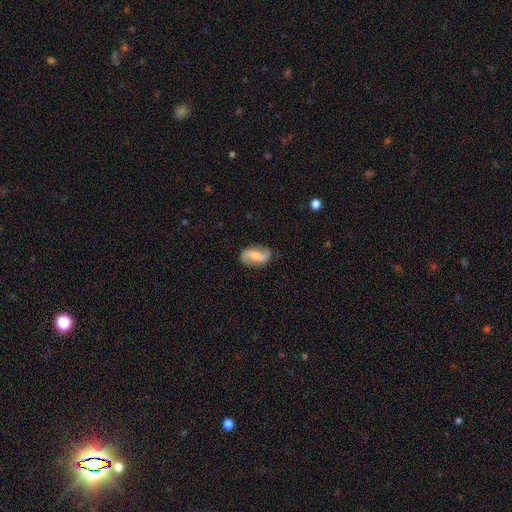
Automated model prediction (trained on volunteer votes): smooth_or_featured: featured or disk (p=0.74) [alt: smooth p=0.20]
disk_edge_on: no (p=0.97) [alt: yes p=0.03]
bar: weak (p=0.40) [alt: no p=0.33]
has_spiral_arms: yes (p=0.94) [alt: no p=0.06]
spiral_winding: loose (p=0.68) [alt: medium p=0.24]
spiral_arm_count: 2 (p=0.92) [alt: can't tell p=0.03]
bulge_size: small (p=0.36) [tied with: moderate p=0.36]
merging: none (p=0.81) [alt: minor disturbance p=0.14]